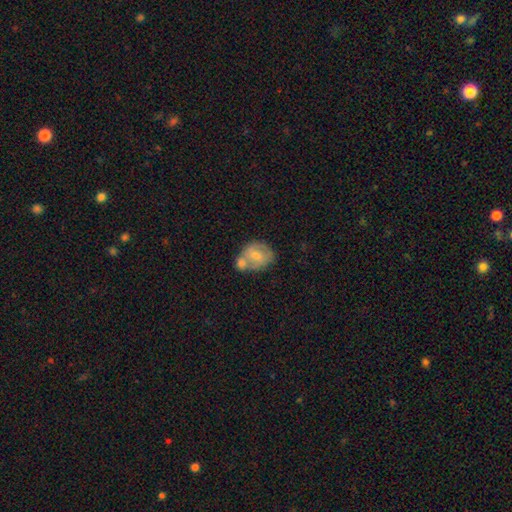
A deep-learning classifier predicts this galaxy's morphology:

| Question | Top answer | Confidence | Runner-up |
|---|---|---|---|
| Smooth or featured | smooth | 52% | featured or disk (41%) |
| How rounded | round | 53% | in between (46%) |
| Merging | merger | 48% | none (32%) |